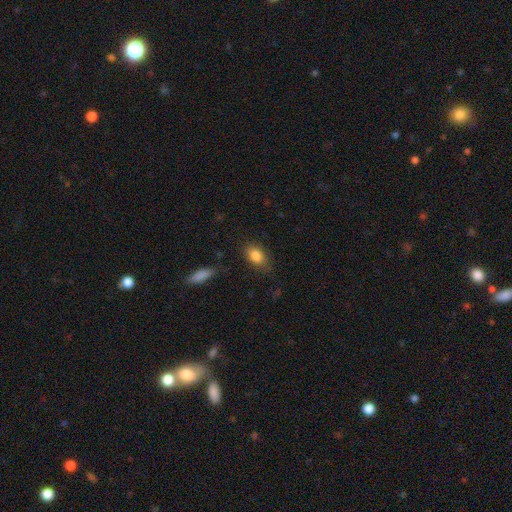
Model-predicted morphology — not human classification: This is clearly a smooth galaxy (85%). How rounded: clearly in between (83%). Merging: likely none (74%).